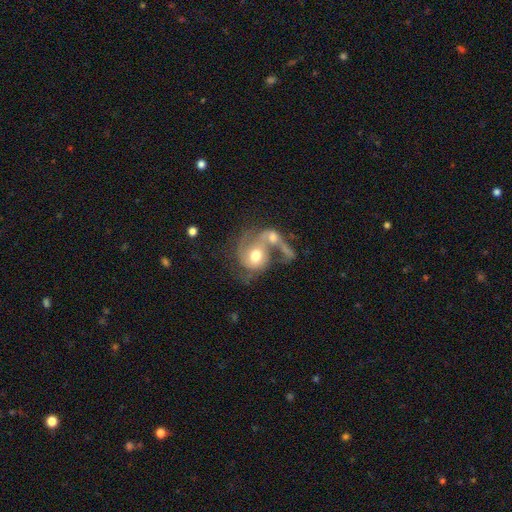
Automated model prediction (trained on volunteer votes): The model was most divided on "smooth or featured": featured or disk: 60%, smooth: 33%, star or artifact: 7%. More confident: edge-on disk — no (97%); bar — no (74%); spiral arms — yes (71%); bulge size — moderate (67%); merging — merger (60%).